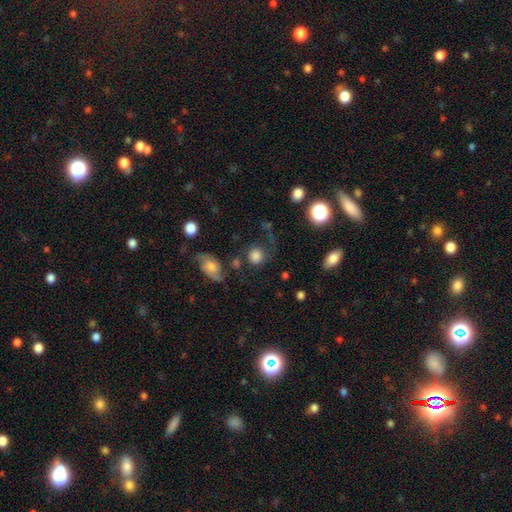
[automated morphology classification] Smooth or featured? smooth (70%)
How rounded? round (86%)
Merging? none (58%)